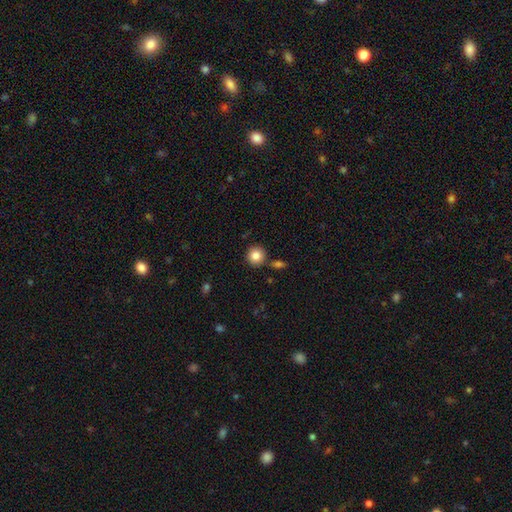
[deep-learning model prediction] smooth-or-featured: smooth: 85% | star or artifact: 9% | featured or disk: 6%
  how-rounded: round: 92% | in between: 7% | cigar-shaped: 1%
  merging: none: 83% | minor disturbance: 8% | merger: 7% | major disturbance: 2%